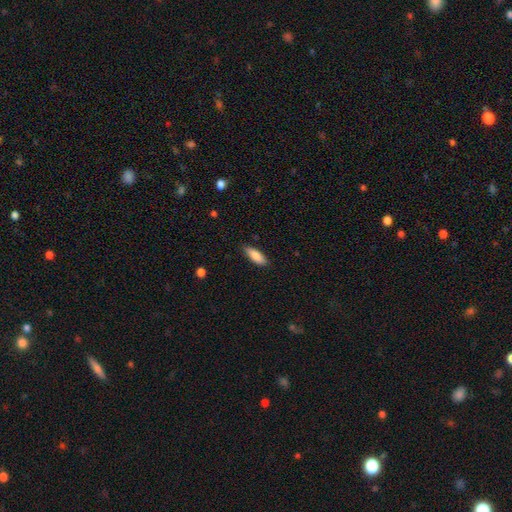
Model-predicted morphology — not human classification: smooth 84%, featured or disk 10%, star or artifact 6%. Down the decision tree: how rounded — in between (65%); merging — none (83%).